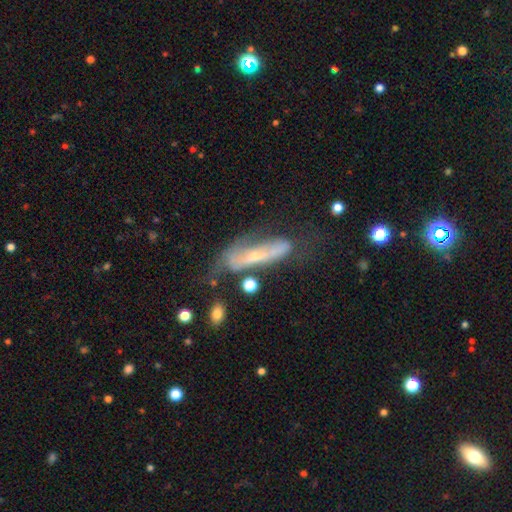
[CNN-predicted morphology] smooth-or-featured: featured or disk: 62% | smooth: 27% | star or artifact: 11%
  disk-edge-on: no: 51% | yes: 49%
  merging: none: 51% | minor disturbance: 23% | major disturbance: 17% | merger: 9%